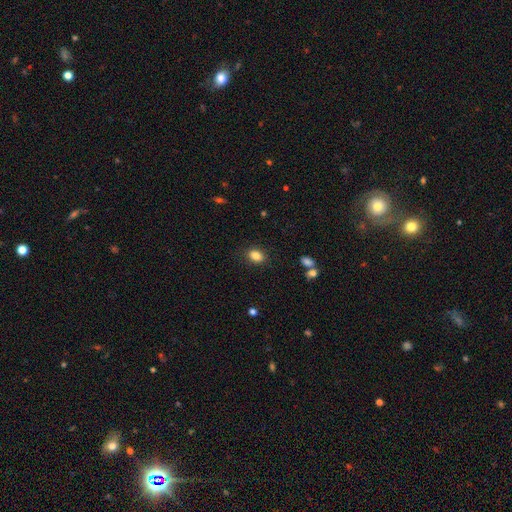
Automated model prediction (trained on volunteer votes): This appears to be a smooth galaxy with no disk features (85%) that is in between round and cigar-shaped (72%). Merging: none (86%).